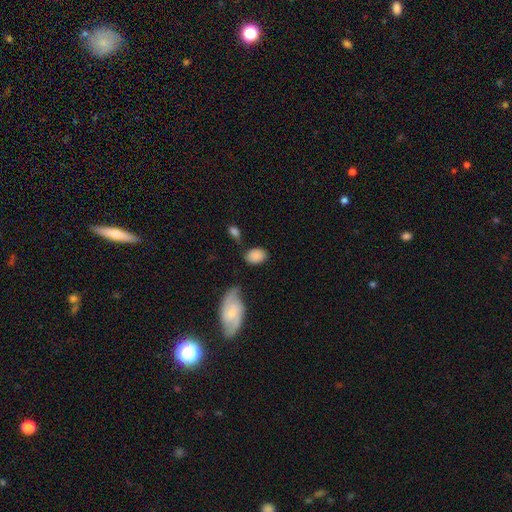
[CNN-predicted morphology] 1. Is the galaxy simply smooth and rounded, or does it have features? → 85% smooth, 8% featured or disk, 7% star or artifact.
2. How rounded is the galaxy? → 79% in between, 20% round, 1% cigar-shaped.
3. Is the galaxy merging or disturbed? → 65% none, 20% minor disturbance, 9% merger, 7% major disturbance.